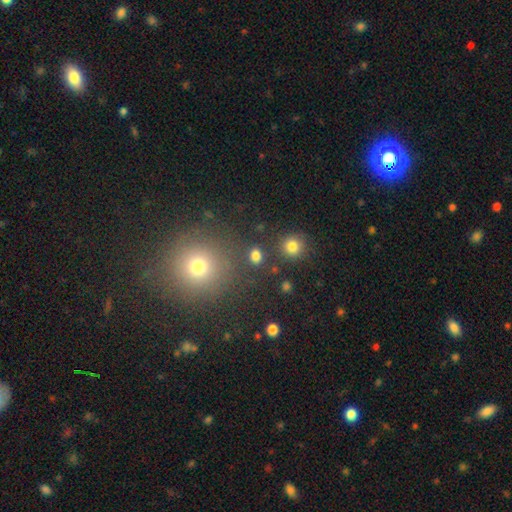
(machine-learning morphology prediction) smooth 80%, star or artifact 15%, featured or disk 5%. Down the decision tree: how rounded — round (65%); merging — none (85%).